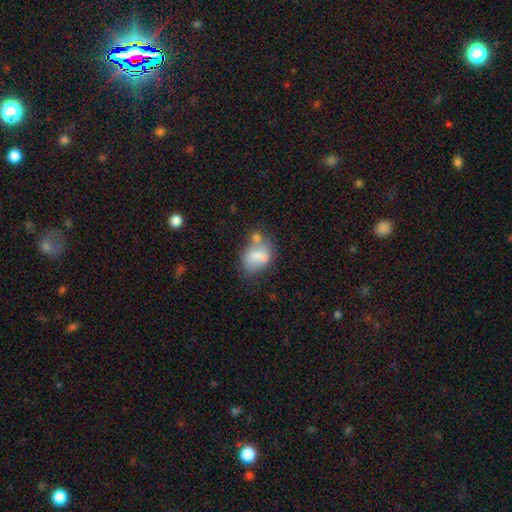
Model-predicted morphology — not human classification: Smooth or featured? smooth (62%)
How rounded? in between (73%)
Merging? merger (36%)